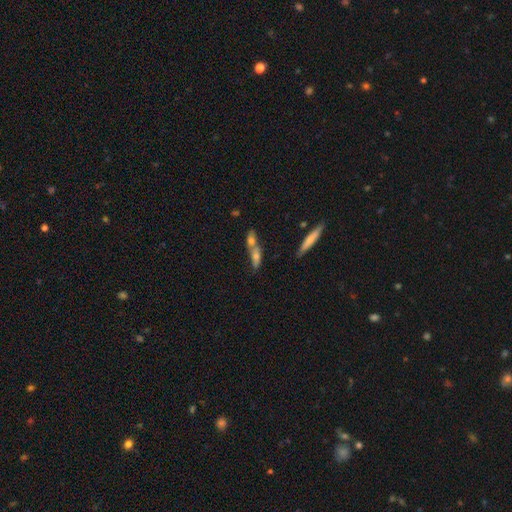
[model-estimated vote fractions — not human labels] smooth 52%, featured or disk 38%, star or artifact 10%. Down the decision tree: how rounded — cigar-shaped (63%); merging — merger (50%).